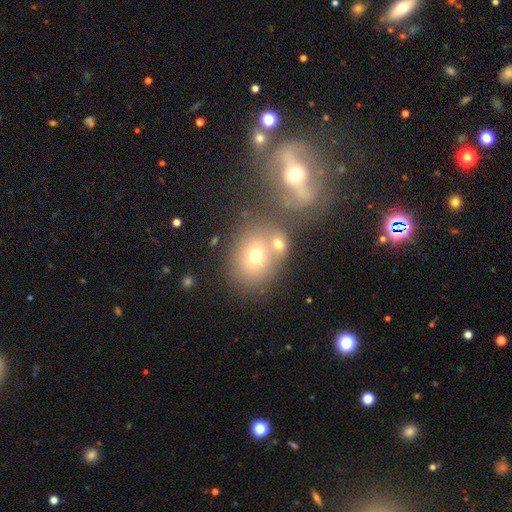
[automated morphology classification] Q: Smooth or featured?
A: smooth (66%); runner-up: featured or disk (21%)
Q: How rounded?
A: round (61%); runner-up: in between (38%)
Q: Merging?
A: none (48%); runner-up: merger (35%)